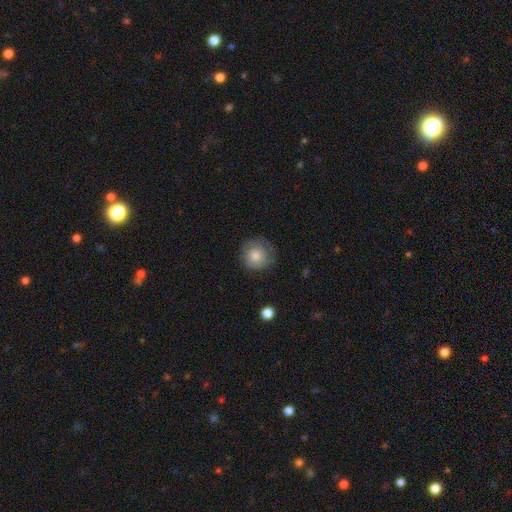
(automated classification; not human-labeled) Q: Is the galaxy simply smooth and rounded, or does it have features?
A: smooth — 76%.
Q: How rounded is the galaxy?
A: round — 93%.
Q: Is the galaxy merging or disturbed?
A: none — 78%.